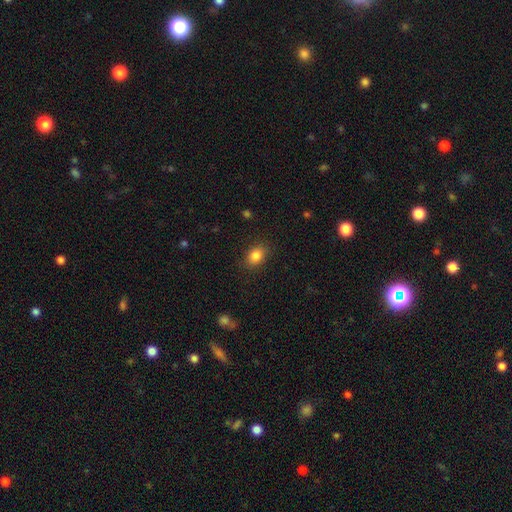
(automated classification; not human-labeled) This is clearly a smooth galaxy (85%). How rounded: likely in between (69%). Merging: clearly none (86%).